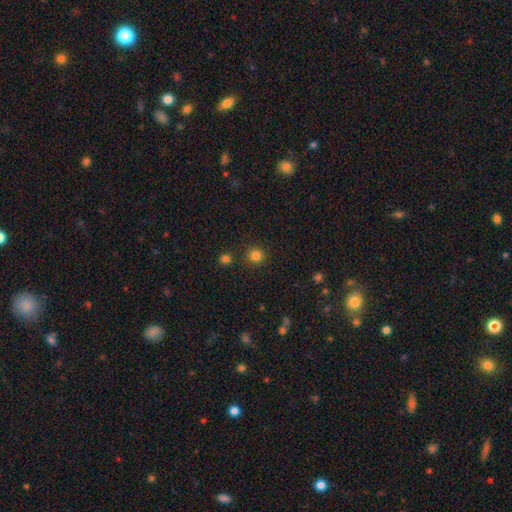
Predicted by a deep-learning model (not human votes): smooth-or-featured: smooth: 82% | star or artifact: 14% | featured or disk: 4%
  how-rounded: round: 94% | in between: 5% | cigar-shaped: 1%
  merging: none: 89% | minor disturbance: 6% | merger: 3% | major disturbance: 2%